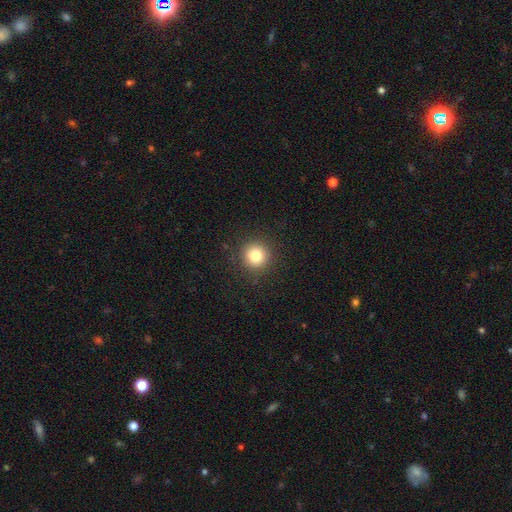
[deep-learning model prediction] Smooth or featured? smooth (81%)
How rounded? round (94%)
Merging? none (91%)